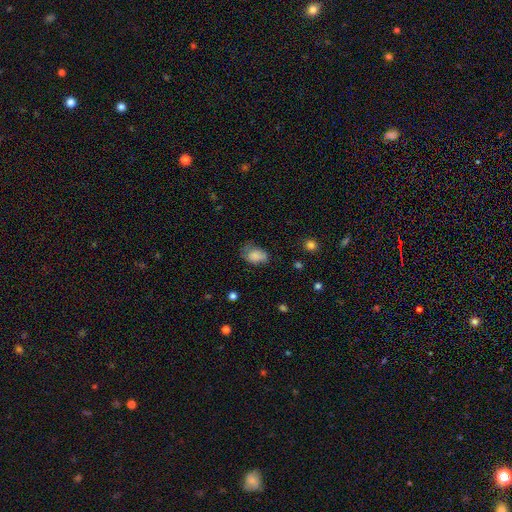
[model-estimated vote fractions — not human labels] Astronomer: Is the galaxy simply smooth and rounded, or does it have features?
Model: smooth — 80%.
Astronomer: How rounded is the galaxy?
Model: in between — 80%.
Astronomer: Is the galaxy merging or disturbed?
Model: none — 48% (runner-up: minor disturbance, 33%).